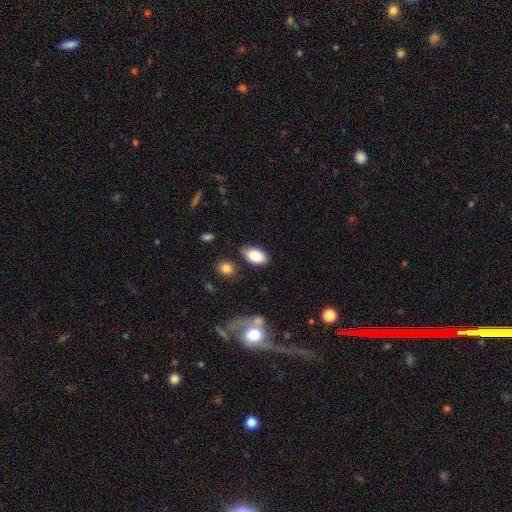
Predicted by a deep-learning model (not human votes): Smooth or featured? smooth (86%)
How rounded? in between (92%)
Merging? none (73%)